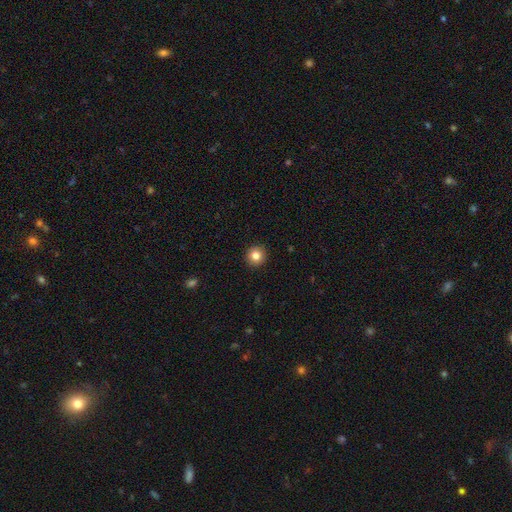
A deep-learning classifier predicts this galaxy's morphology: A smooth galaxy with no disk features (84%) that is round (94%).

Vote fractions:
- Smooth or featured? smooth: 84% / star or artifact: 10% / featured or disk: 6%
- How rounded? round: 94% / in between: 5% / cigar-shaped: 1%
- Merging? none: 93% / minor disturbance: 4% / major disturbance: 1% / merger: 1%